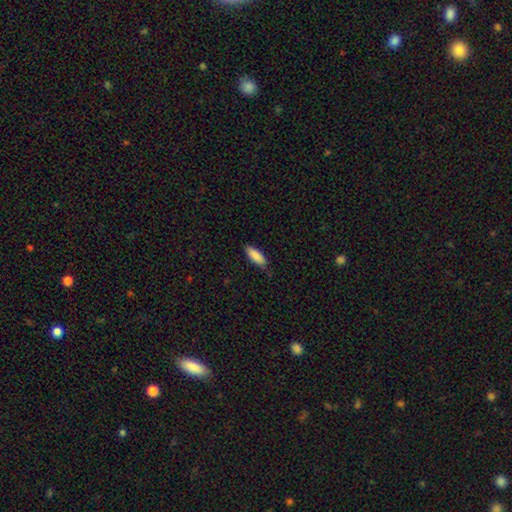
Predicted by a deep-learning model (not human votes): smooth 88%, featured or disk 6%, star or artifact 6%. Down the decision tree: how rounded — in between (67%); merging — none (81%).